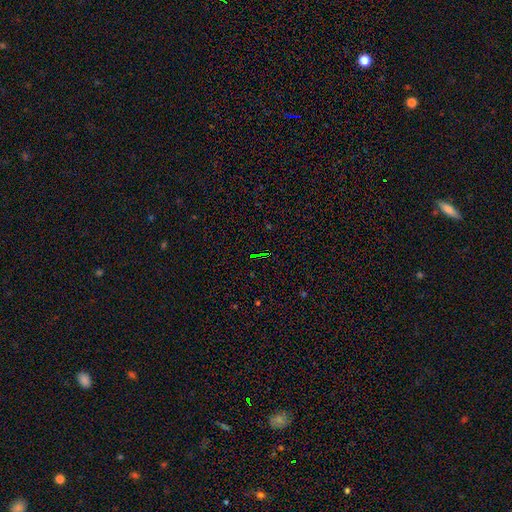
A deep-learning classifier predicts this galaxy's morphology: A star or artifact, not a galaxy (74%).